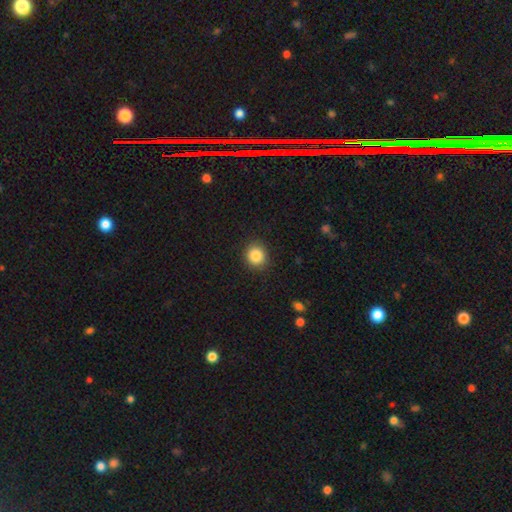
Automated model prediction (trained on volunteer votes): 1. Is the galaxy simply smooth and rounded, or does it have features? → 86% smooth, 10% star or artifact, 5% featured or disk.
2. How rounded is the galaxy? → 87% round, 12% in between, 1% cigar-shaped.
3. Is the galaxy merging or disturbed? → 89% none, 7% minor disturbance, 2% major disturbance, 1% merger.